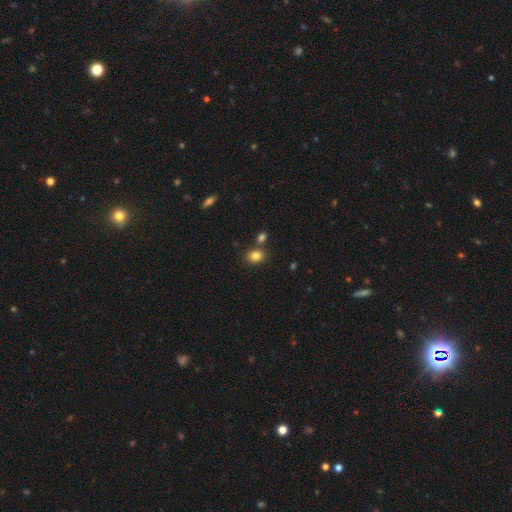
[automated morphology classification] Smooth or featured?
  - smooth: 83% *
  - star or artifact: 11%
  - featured or disk: 6%
How rounded?
  - in between: 50% *
  - round: 49%
  - cigar-shaped: 1%
Merging?
  - none: 69% *
  - merger: 17%
  - minor disturbance: 10%
  - major disturbance: 3%